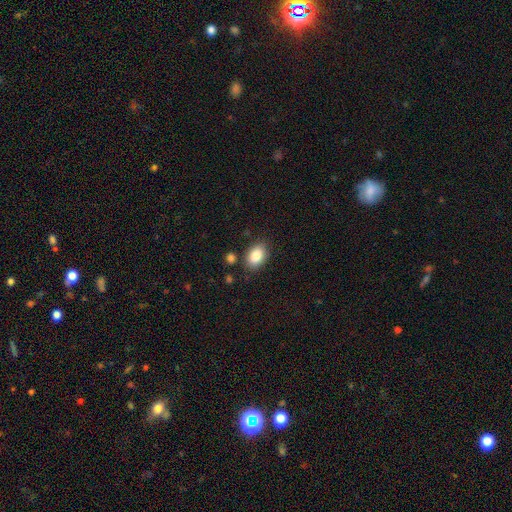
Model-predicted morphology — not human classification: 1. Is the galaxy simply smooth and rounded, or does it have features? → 86% smooth, 8% star or artifact, 6% featured or disk.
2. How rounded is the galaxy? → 86% in between, 12% round, 1% cigar-shaped.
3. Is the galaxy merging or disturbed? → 81% none, 12% minor disturbance, 4% merger, 3% major disturbance.